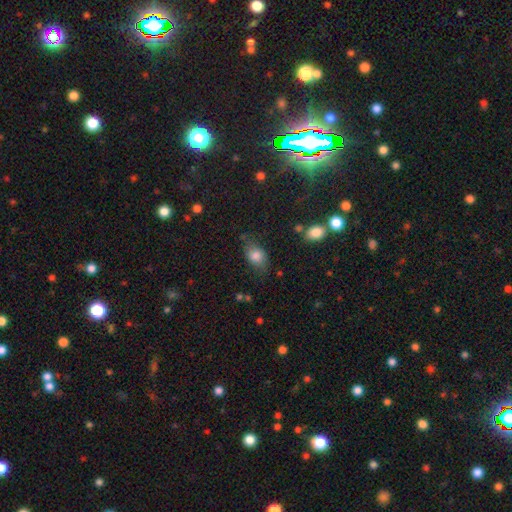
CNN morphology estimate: This appears to be a smooth galaxy with no disk features (79%) that is in between round and cigar-shaped (79%). Merging: none (66%).